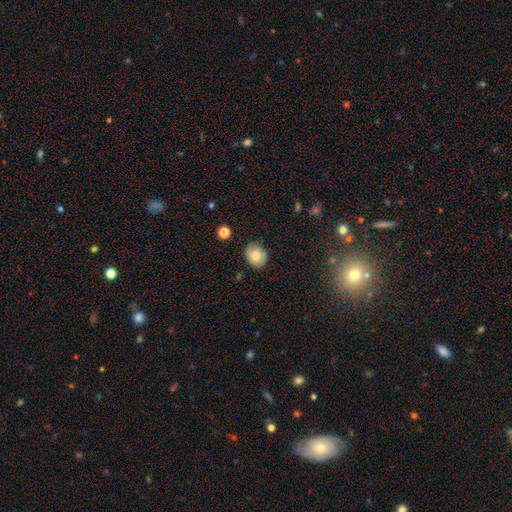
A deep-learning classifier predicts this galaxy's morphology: The model was most divided on "how rounded": round: 60%, in between: 39%, cigar-shaped: 1%. More confident: smooth or featured — smooth (77%); merging — none (72%).